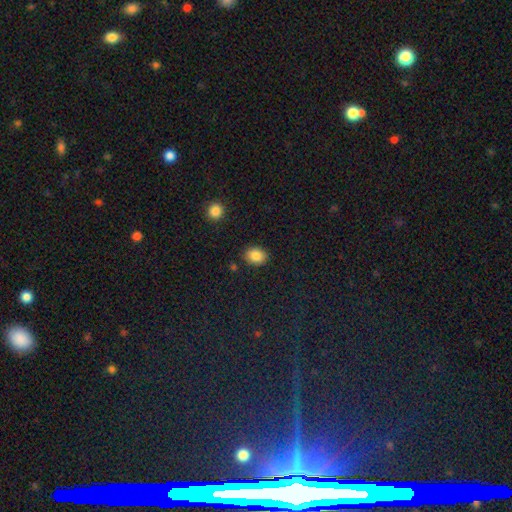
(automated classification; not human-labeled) Overall: smooth (86%). How rounded: in between (54%; round 45%). Merging: none (87%).